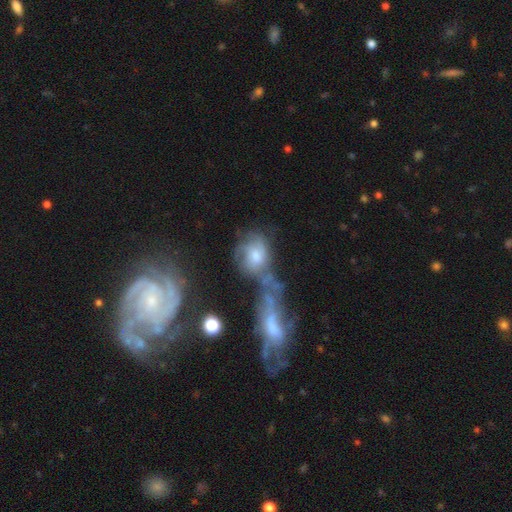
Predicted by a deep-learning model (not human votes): Overall: featured or disk (55%; smooth 33%). Edge-on disk: no (93%). Bar: no (72%). Spiral arms: yes (65%; no 35%). Bulge size: moderate (54%; small 22%). Merging: merger (54%; none 20%).